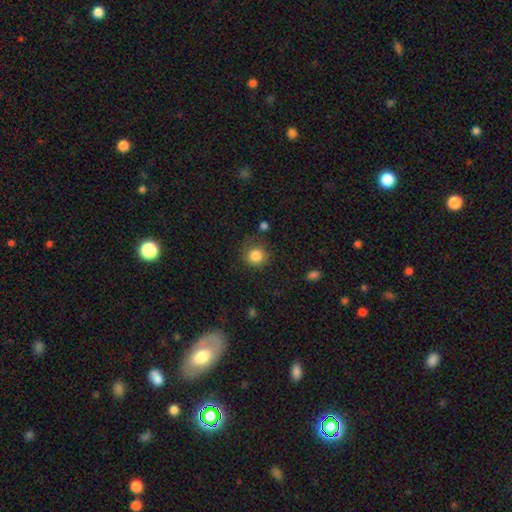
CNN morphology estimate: type=smooth (85%); roundness=round (90%); merging=none (77%).